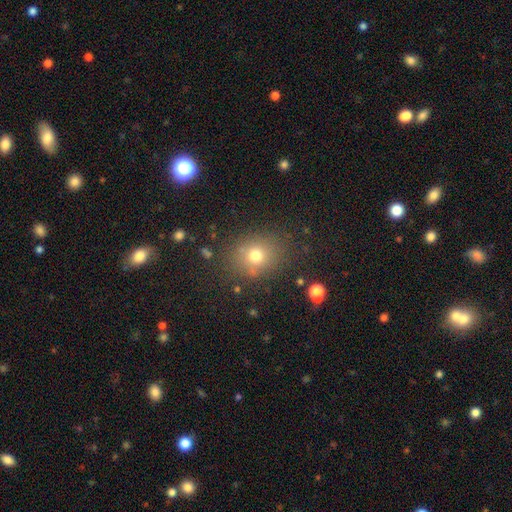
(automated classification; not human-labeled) Overall: smooth (72%). How rounded: round (67%; in between 32%). Merging: none (80%).